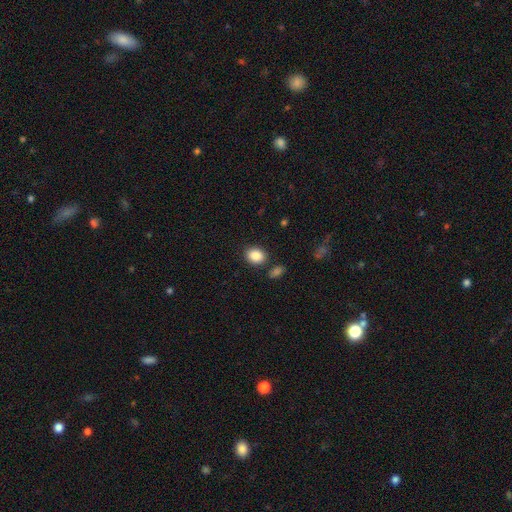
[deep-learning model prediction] Smooth or featured? Predicted: smooth (p=0.87). How rounded? Predicted: round (p=0.51). Merging? Predicted: none (p=0.82).